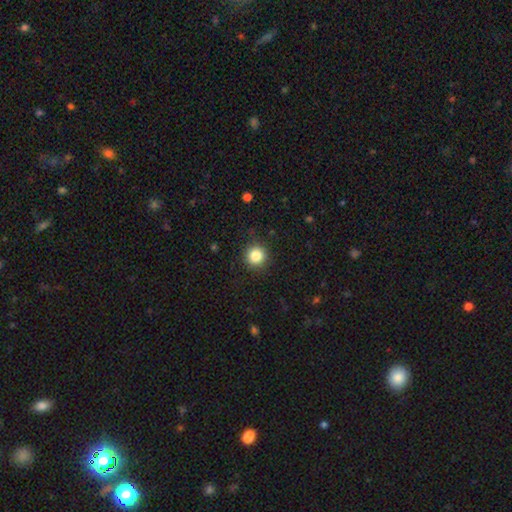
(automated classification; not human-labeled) Smooth or featured? Predicted: smooth (p=0.84). How rounded? Predicted: round (p=0.95). Merging? Predicted: none (p=0.90).